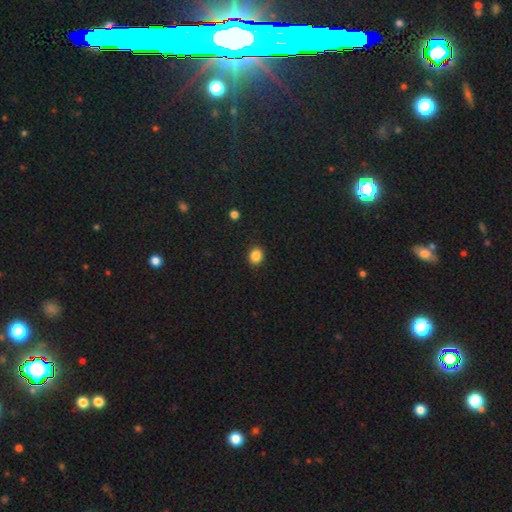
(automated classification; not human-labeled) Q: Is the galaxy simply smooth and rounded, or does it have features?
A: smooth — 86%.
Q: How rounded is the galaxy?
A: round — 67%.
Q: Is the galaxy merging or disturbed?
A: none — 91%.